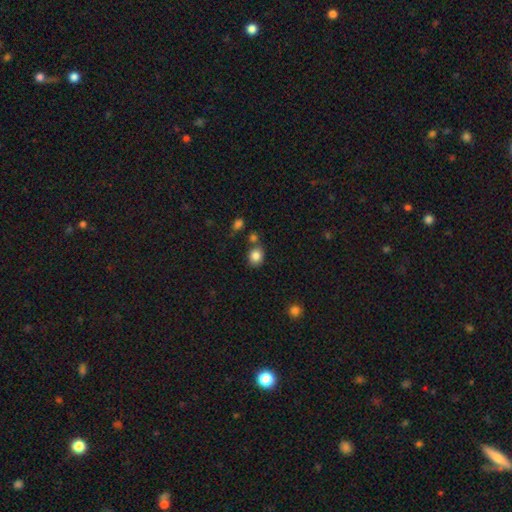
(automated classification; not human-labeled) Q: Smooth or featured?
A: smooth (85%); runner-up: star or artifact (10%)
Q: How rounded?
A: round (66%); runner-up: in between (33%)
Q: Merging?
A: none (70%); runner-up: merger (14%)